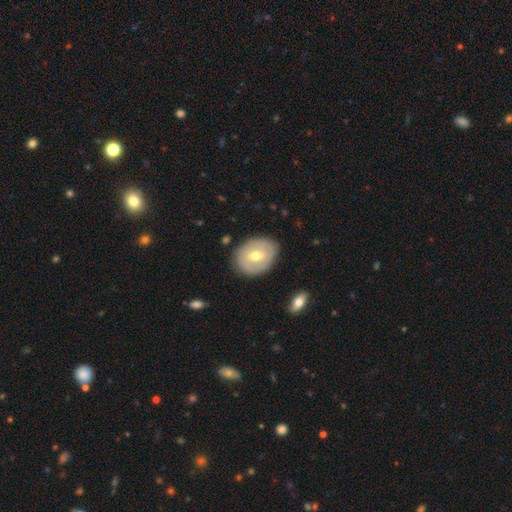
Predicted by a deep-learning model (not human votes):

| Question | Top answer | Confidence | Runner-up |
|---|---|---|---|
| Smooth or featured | smooth | 49% | featured or disk (45%) |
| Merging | none | 81% | minor disturbance (14%) |